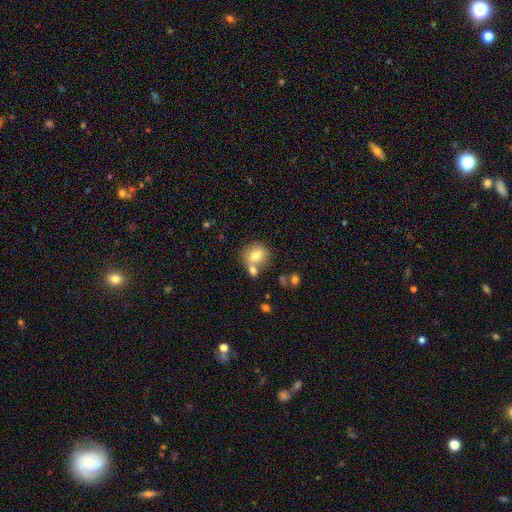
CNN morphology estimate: Smooth or featured?
  - smooth: 75% *
  - featured or disk: 16%
  - star or artifact: 9%
How rounded?
  - round: 75% *
  - in between: 24%
  - cigar-shaped: 1%
Merging?
  - none: 57% *
  - merger: 27%
  - minor disturbance: 12%
  - major disturbance: 4%